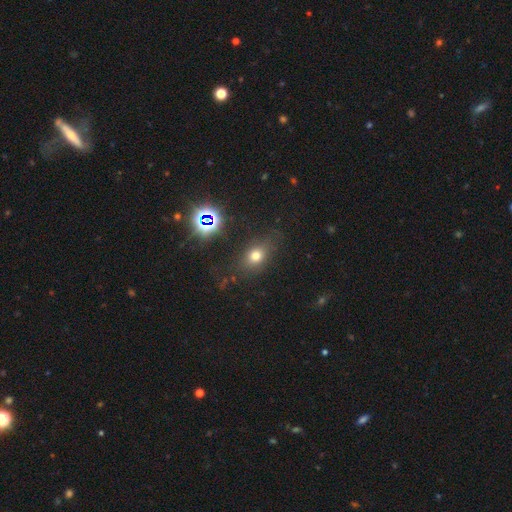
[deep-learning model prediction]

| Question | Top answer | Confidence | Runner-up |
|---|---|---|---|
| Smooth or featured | smooth | 67% | star or artifact (22%) |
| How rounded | in between | 56% | round (41%) |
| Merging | none | 76% | minor disturbance (15%) |